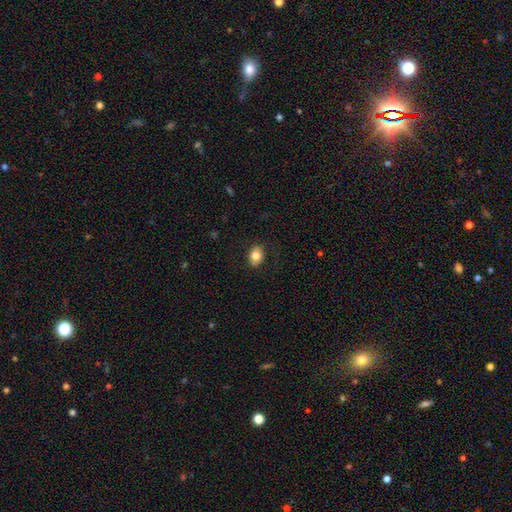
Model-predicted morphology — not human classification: A smooth galaxy with no disk features (81%) that is in between round and cigar-shaped (69%). Merging: none (84%).